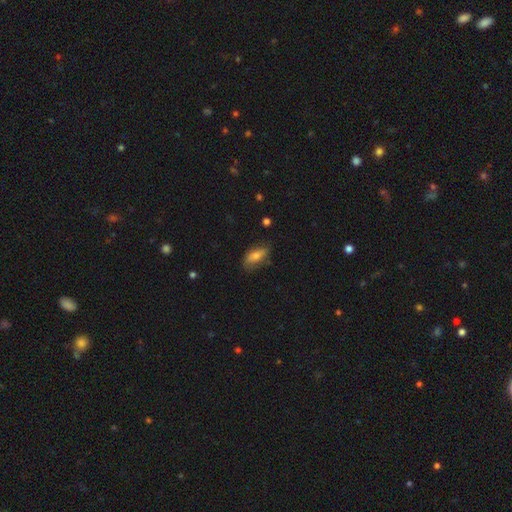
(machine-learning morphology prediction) The model was most divided on "smooth or featured": smooth: 67%, featured or disk: 25%, star or artifact: 8%. More confident: how rounded — in between (81%); merging — none (67%).